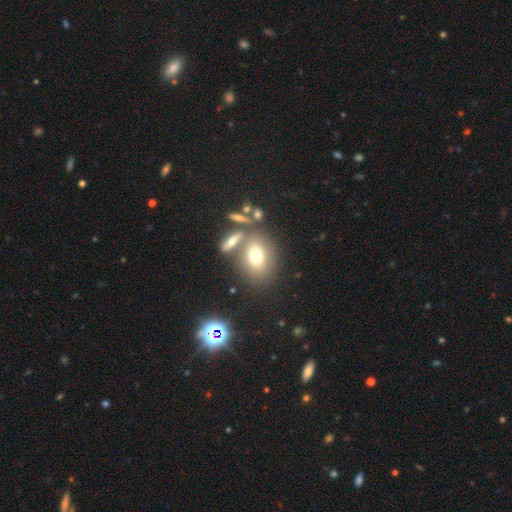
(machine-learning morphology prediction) A smooth galaxy with no disk features (70%) that is in between round and cigar-shaped (59%).

Vote fractions:
- Smooth or featured? smooth: 70% / featured or disk: 18% / star or artifact: 12%
- How rounded? in between: 59% / round: 38% / cigar-shaped: 2%
- Merging? none: 60% / merger: 22% / minor disturbance: 12% / major disturbance: 6%